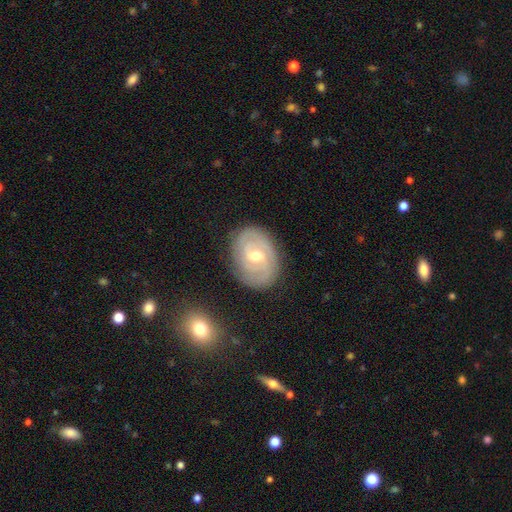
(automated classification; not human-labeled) This is clearly a featured or disk galaxy (83%). It is clearly not viewed edge-on (97%). Bar: possibly weak (46%). Spiral arm pattern: clearly yes (94%). Spiral arm count: marginally 2 (40%). Spiral winding: likely tight (71%). Central bulge: likely moderate (64%). Merging: clearly none (83%).